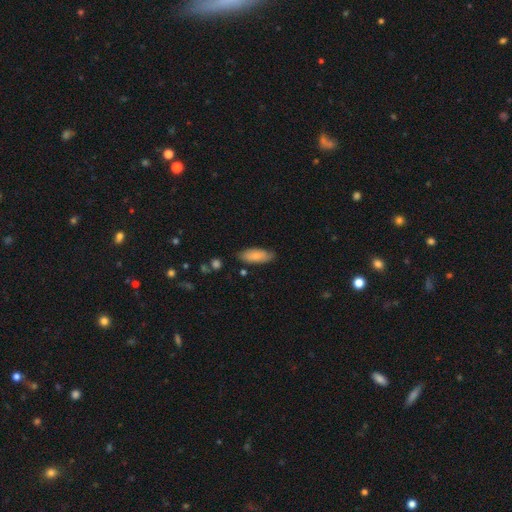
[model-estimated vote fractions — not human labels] smooth_or_featured: smooth (p=0.81) [alt: featured or disk p=0.13]
how_rounded: in between (p=0.76) [alt: cigar-shaped p=0.22]
merging: none (p=0.81) [alt: minor disturbance p=0.15]